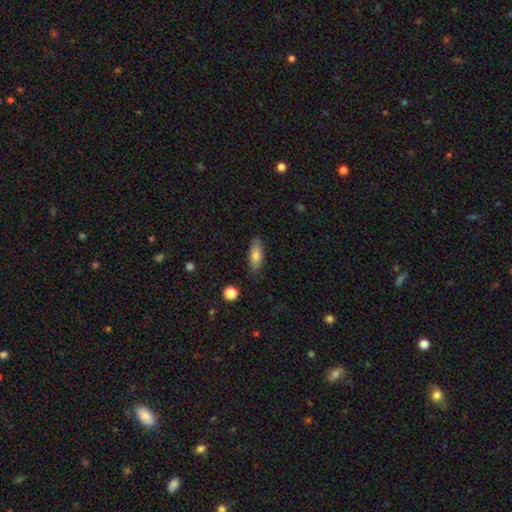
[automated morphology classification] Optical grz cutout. It shows a smooth galaxy with no disk features (79%) that is in between round and cigar-shaped (72%). Merging: none (83%).